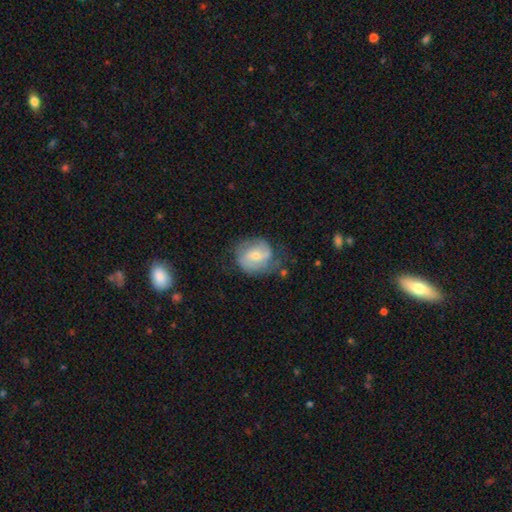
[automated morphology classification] type=featured or disk (63%); edge-on=no (97%); bar=weak (50%); spiral arms=yes (85%); winding=medium (44%); arm count=2 (72%); bulge=small (51%); merging=none (58%).